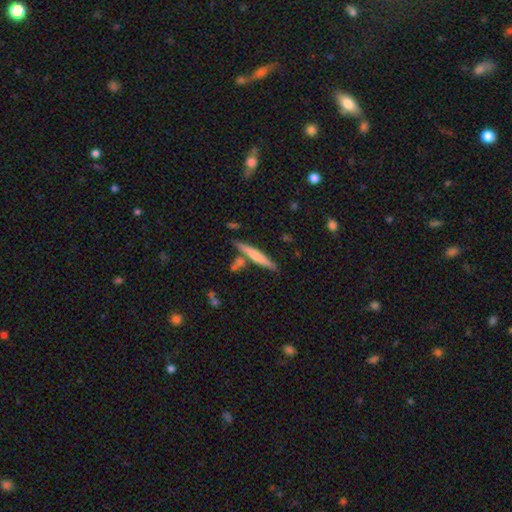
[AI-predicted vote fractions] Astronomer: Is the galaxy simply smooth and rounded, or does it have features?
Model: smooth — 62%.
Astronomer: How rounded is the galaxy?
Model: cigar-shaped — 93%.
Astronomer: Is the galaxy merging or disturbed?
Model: none — 77%.